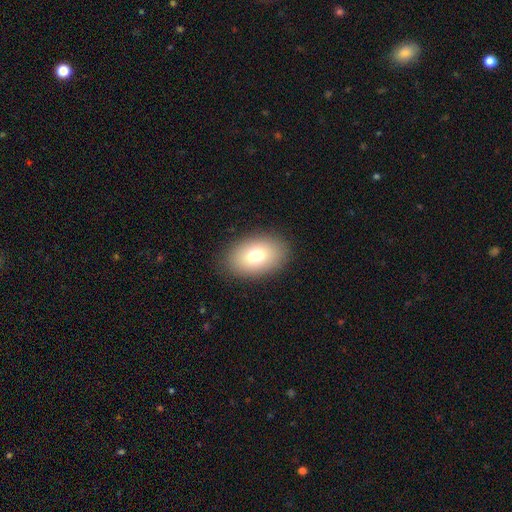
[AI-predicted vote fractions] This is likely a smooth galaxy (75%). How rounded: clearly in between (86%). Merging: clearly none (88%).